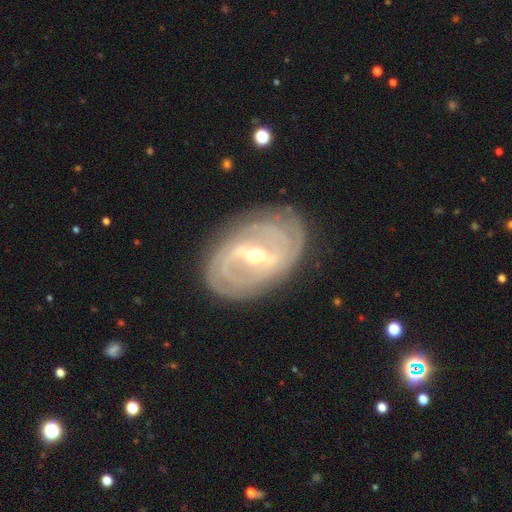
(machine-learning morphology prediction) Smooth or featured: featured or disk — 89% (smooth — 6%)
Edge-on disk: no — 94% (yes — 6%)
Bar: strong — 59% (weak — 33%)
Spiral arms: yes — 92% (no — 8%)
Spiral winding: tight — 66% (medium — 25%)
Spiral arm count: can't tell — 33% (2 — 31%)
Bulge size: moderate — 59% (small — 37%)
Merging: none — 81% (minor disturbance — 14%)